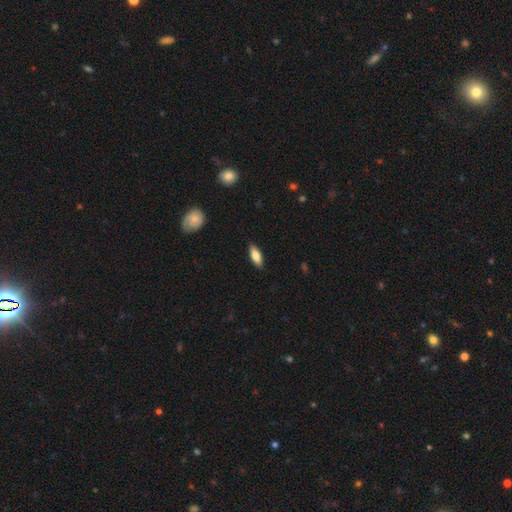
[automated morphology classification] smooth 72%, featured or disk 21%, star or artifact 6%. Down the decision tree: how rounded — in between (65%); merging — none (88%).